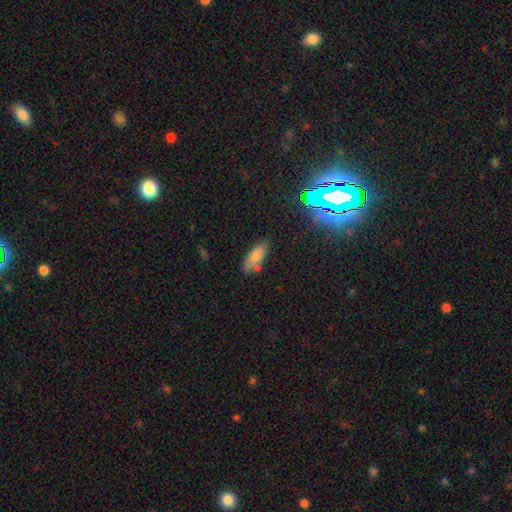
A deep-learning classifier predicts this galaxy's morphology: Smooth or featured? smooth (78%)
How rounded? in between (76%)
Merging? none (65%)